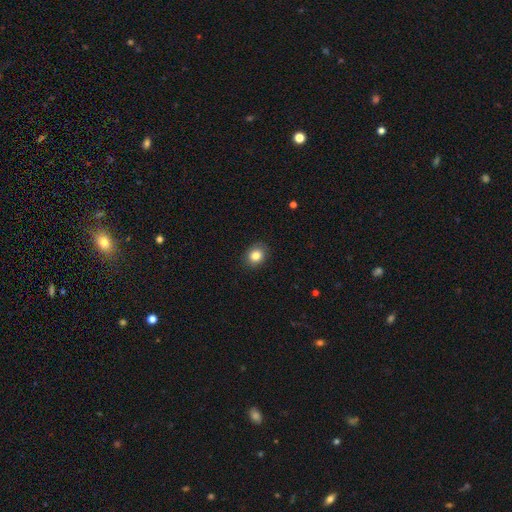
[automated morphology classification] Q: Smooth or featured?
A: smooth (84%); runner-up: star or artifact (10%)
Q: How rounded?
A: round (64%); runner-up: in between (35%)
Q: Merging?
A: none (86%); runner-up: minor disturbance (10%)